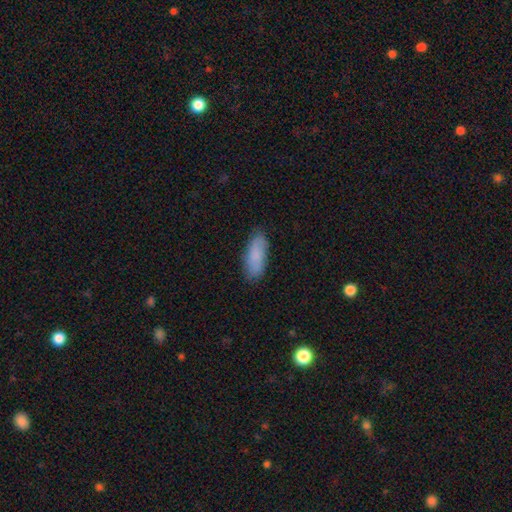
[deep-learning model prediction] Overall: smooth (85%). How rounded: in between (70%). Merging: none (83%).